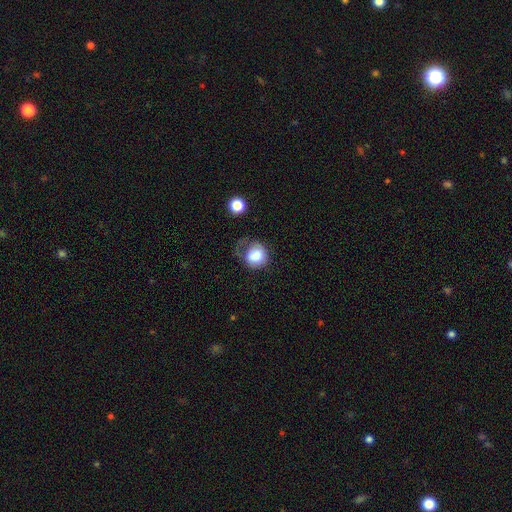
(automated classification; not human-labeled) A smooth galaxy with no disk features (79%) that is round (75%).

Vote fractions:
- Smooth or featured? smooth: 79% / featured or disk: 13% / star or artifact: 8%
- How rounded? round: 75% / in between: 24% / cigar-shaped: 1%
- Merging? none: 37% / major disturbance: 31% / minor disturbance: 29% / merger: 4%